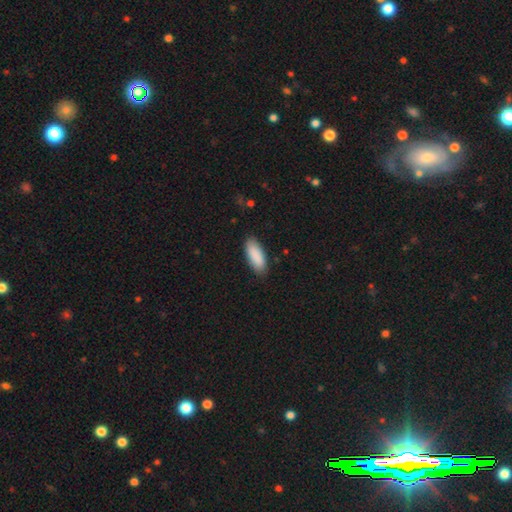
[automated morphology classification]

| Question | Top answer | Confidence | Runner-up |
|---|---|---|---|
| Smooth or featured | smooth | 90% | star or artifact (6%) |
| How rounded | in between | 80% | cigar-shaped (18%) |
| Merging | none | 85% | minor disturbance (11%) |